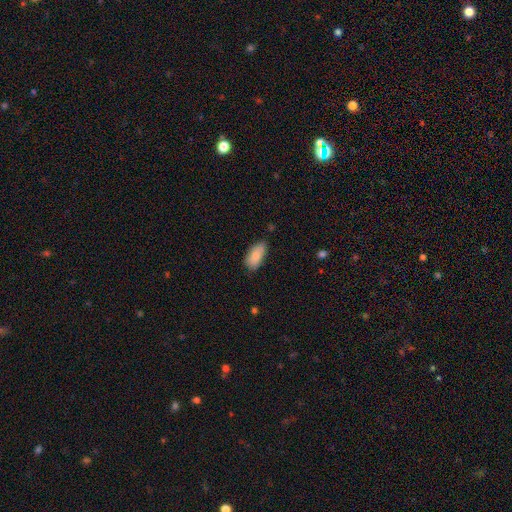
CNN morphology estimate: smooth 84%, featured or disk 10%, star or artifact 7%. Down the decision tree: how rounded — in between (91%); merging — none (70%).